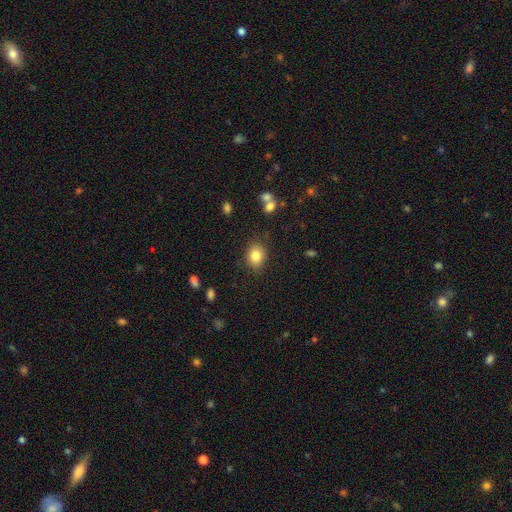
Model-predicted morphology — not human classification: This appears to be a smooth galaxy with no disk features (83%) that is in between round and cigar-shaped (51%). Merging: none (85%).